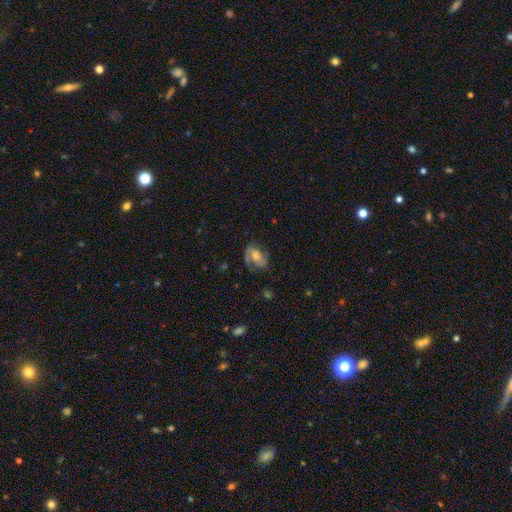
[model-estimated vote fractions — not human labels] smooth-or-featured: featured or disk: 69% | smooth: 23% | star or artifact: 9%
  disk-edge-on: no: 97% | yes: 3%
    bar: no: 55% | weak: 34% | strong: 11%
    has-spiral-arms: yes: 89% | no: 11%
      spiral-winding: medium: 47% | tight: 34% | loose: 19%
      spiral-arm-count: 2: 80% | can't tell: 10% | 1: 5% | 3: 3% | 4: 1% | more than 4: 1%
    bulge-size: moderate: 53% | large: 21% | small: 19% | none: 5% | dominant: 2%
  merging: none: 71% | minor disturbance: 18% | major disturbance: 10% | merger: 2%